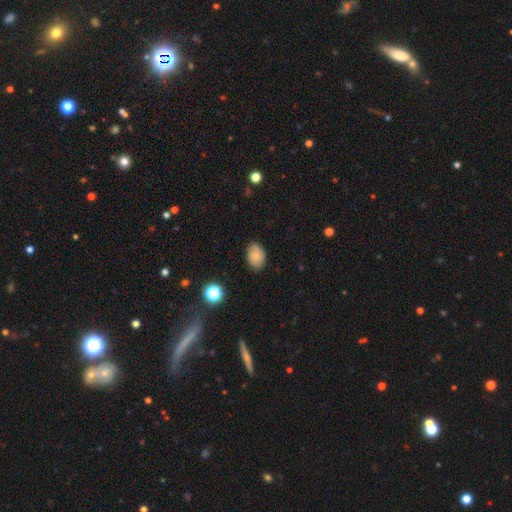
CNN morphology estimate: smooth_or_featured: smooth (p=0.75) [alt: featured or disk p=0.15]
how_rounded: in between (p=0.82) [alt: round p=0.17]
merging: none (p=0.82) [alt: minor disturbance p=0.14]